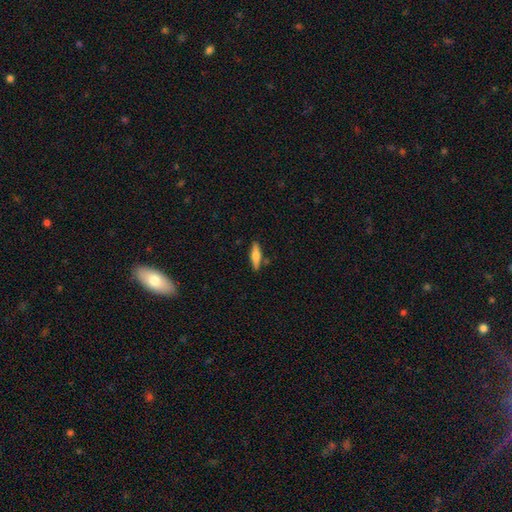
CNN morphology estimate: This is likely a smooth galaxy (61%). How rounded: likely cigar-shaped (68%). Merging: clearly none (83%).